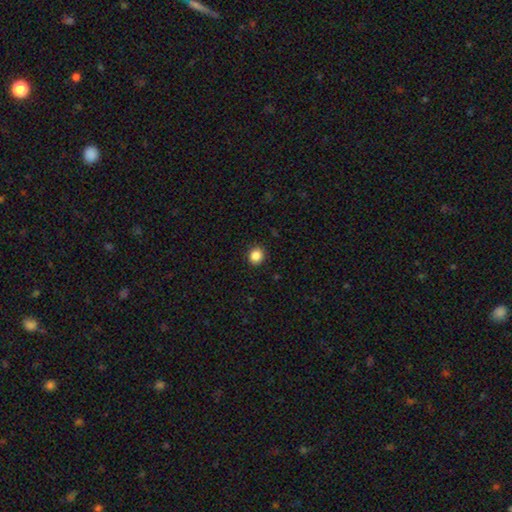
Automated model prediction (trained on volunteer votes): Morphology: type=smooth (86%); roundness=round (87%); merging=none (92%).